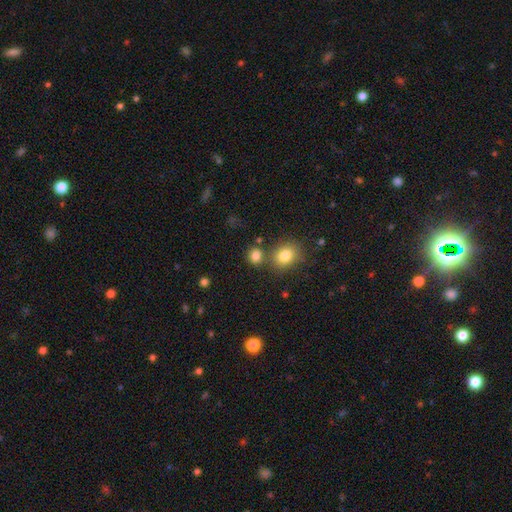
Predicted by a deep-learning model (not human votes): Overall: smooth (82%). How rounded: round (69%; in between 30%). Merging: none (67%).